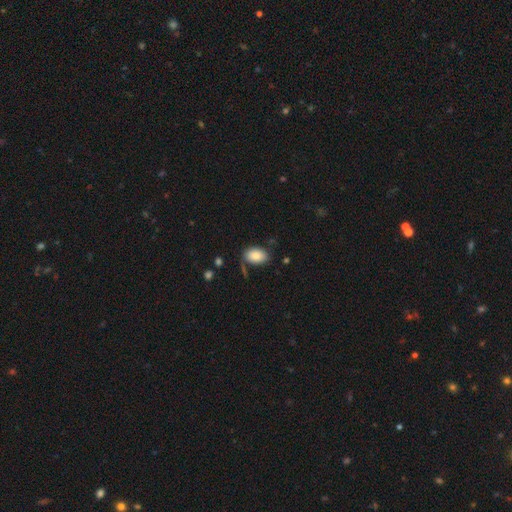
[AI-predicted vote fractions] Smooth or featured?
  - smooth: 85% *
  - star or artifact: 8%
  - featured or disk: 8%
How rounded?
  - in between: 89% *
  - round: 9%
  - cigar-shaped: 1%
Merging?
  - none: 73% *
  - minor disturbance: 17%
  - major disturbance: 5%
  - merger: 5%